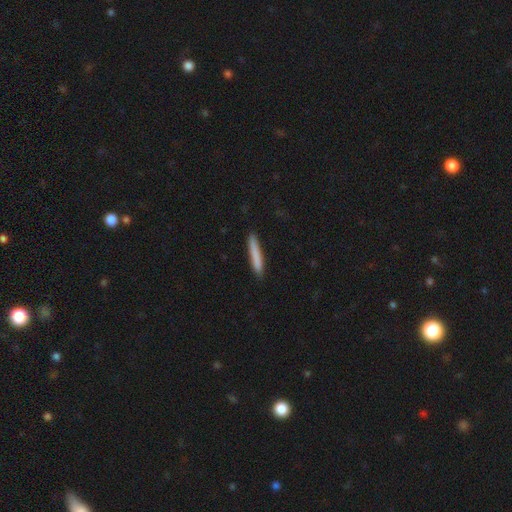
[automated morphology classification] This appears to be a smooth galaxy with no disk features (81%) that is cigar-shaped (95%). Merging: none (89%).